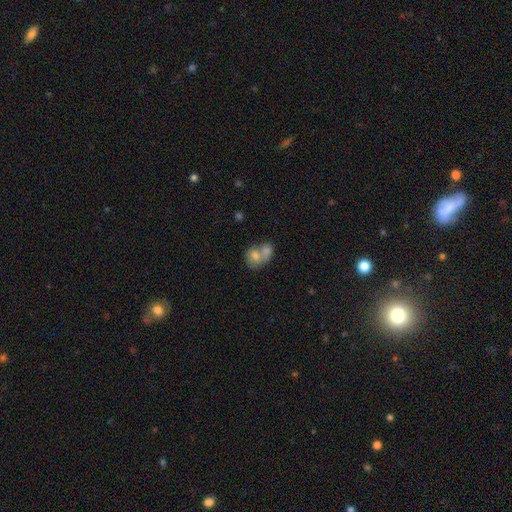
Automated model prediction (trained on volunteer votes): smooth-or-featured: smooth: 73% | featured or disk: 19% | star or artifact: 9%
  how-rounded: in between: 52% | round: 47% | cigar-shaped: 1%
  merging: merger: 68% | none: 20% | minor disturbance: 7% | major disturbance: 4%